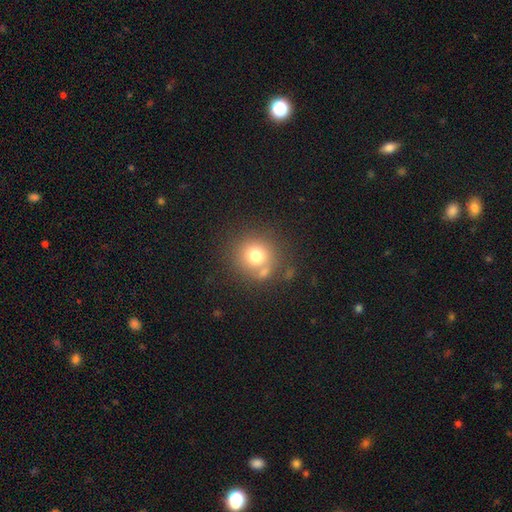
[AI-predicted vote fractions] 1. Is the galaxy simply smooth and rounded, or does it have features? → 74% smooth, 13% star or artifact, 12% featured or disk.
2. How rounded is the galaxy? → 91% round, 8% in between, 1% cigar-shaped.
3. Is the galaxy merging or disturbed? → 70% none, 13% merger, 12% minor disturbance, 5% major disturbance.